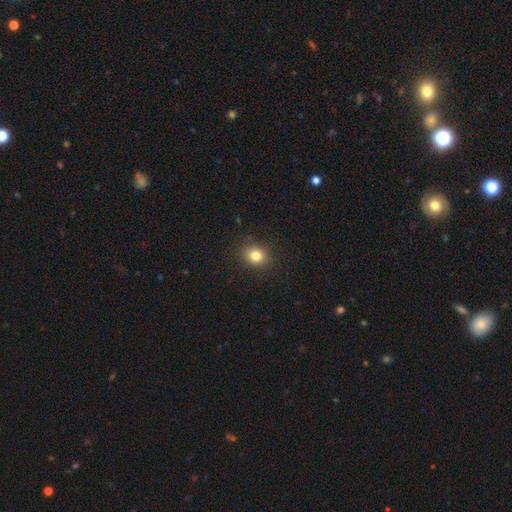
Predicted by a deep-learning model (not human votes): Smooth or featured? Predicted: smooth (p=0.81). How rounded? Predicted: round (p=0.69). Merging? Predicted: none (p=0.88).